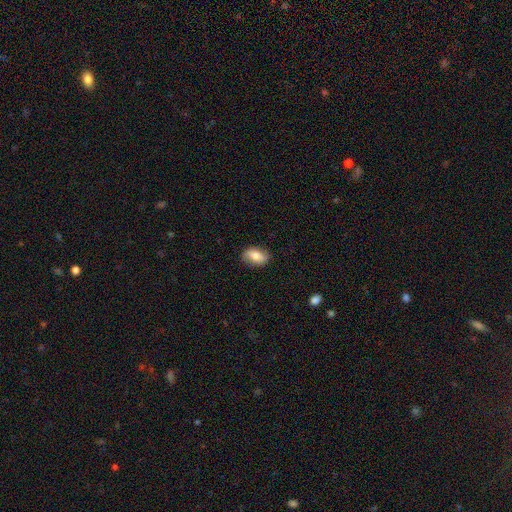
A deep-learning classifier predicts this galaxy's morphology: This is likely a smooth galaxy (71%). How rounded: clearly in between (88%). Merging: clearly none (83%).